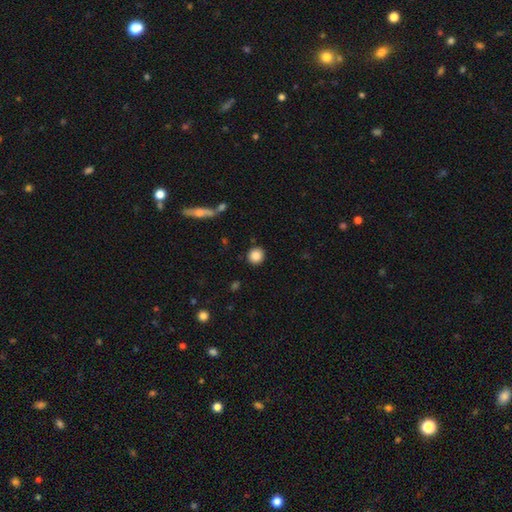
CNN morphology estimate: A smooth galaxy with no disk features (86%) that is round (88%).

Vote fractions:
- Smooth or featured? smooth: 86% / star or artifact: 9% / featured or disk: 5%
- How rounded? round: 88% / in between: 11% / cigar-shaped: 1%
- Merging? none: 90% / minor disturbance: 6% / merger: 2% / major disturbance: 2%